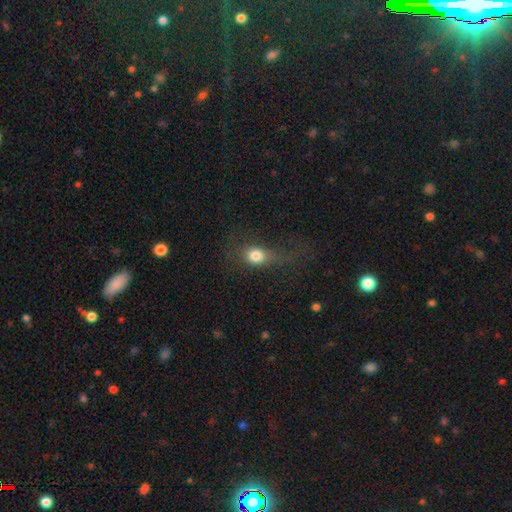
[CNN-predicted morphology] Overall: smooth (76%). How rounded: in between (49%; round 46%). Merging: none (47%; major disturbance 27%).